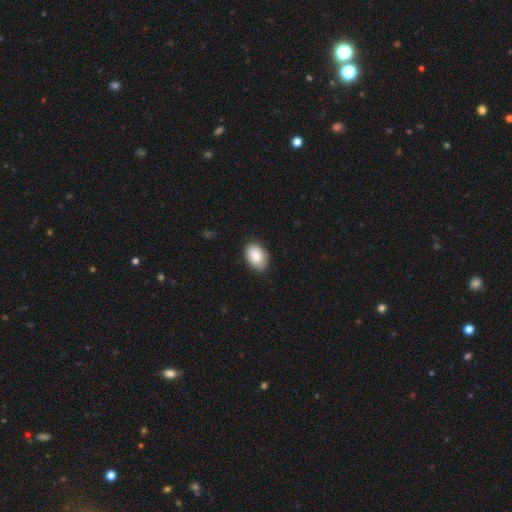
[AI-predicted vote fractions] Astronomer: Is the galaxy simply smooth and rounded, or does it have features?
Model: smooth — 87%.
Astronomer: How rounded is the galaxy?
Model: in between — 89%.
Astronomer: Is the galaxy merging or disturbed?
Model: none — 85%.